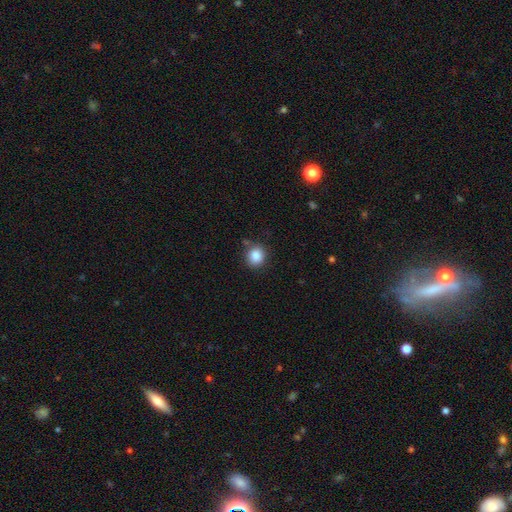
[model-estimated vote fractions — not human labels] smooth 86%, star or artifact 9%, featured or disk 4%. Down the decision tree: how rounded — round (78%); merging — none (80%).